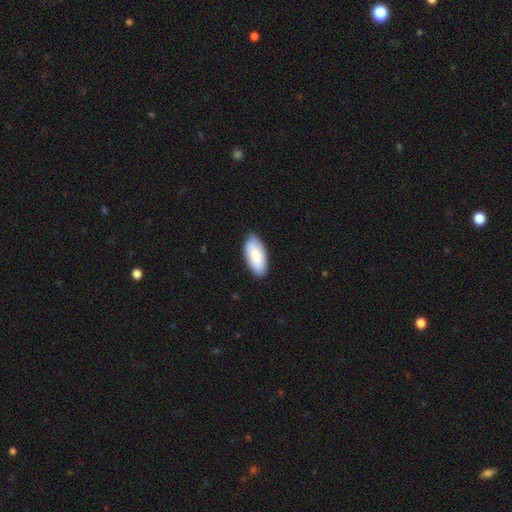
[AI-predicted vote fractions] smooth_or_featured: smooth (p=0.83) [alt: featured or disk p=0.12]
how_rounded: in between (p=0.92) [alt: cigar-shaped p=0.06]
merging: none (p=0.85) [alt: minor disturbance p=0.12]